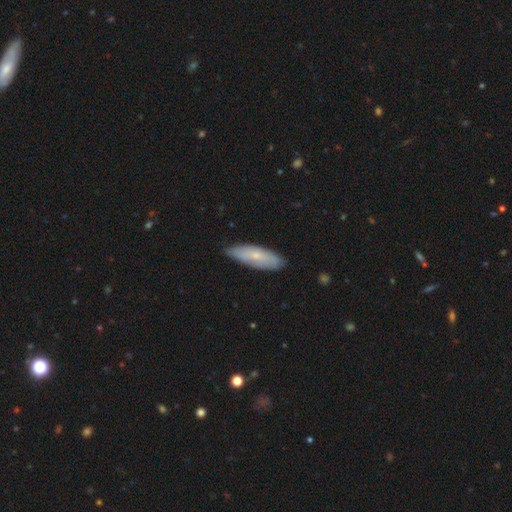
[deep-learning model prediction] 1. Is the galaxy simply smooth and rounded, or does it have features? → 61% smooth, 33% featured or disk, 6% star or artifact.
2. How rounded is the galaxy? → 57% in between, 41% cigar-shaped, 2% round.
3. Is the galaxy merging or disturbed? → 80% none, 16% minor disturbance, 2% major disturbance, 1% merger.